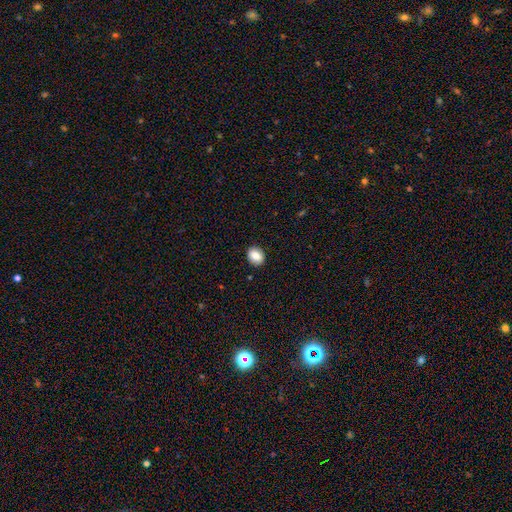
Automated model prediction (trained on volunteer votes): Smooth or featured? Predicted: smooth (p=0.83). How rounded? Predicted: round (p=0.53). Merging? Predicted: none (p=0.89).